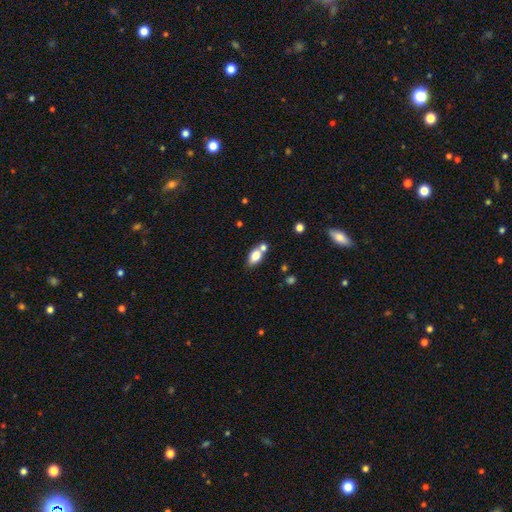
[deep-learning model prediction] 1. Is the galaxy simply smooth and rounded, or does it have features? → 77% smooth, 14% featured or disk, 9% star or artifact.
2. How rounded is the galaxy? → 84% in between, 12% round, 4% cigar-shaped.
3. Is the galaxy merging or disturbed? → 52% none, 32% merger, 12% minor disturbance, 4% major disturbance.